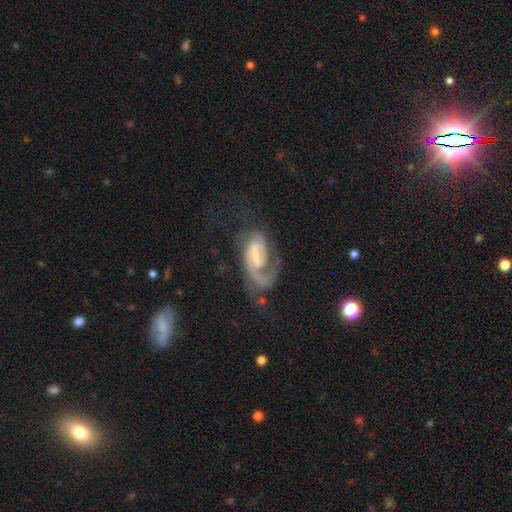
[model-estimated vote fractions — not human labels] Smooth or featured? Predicted: featured or disk (p=0.83). Edge-on disk? Predicted: no (p=0.97). Bar? Predicted: weak (p=0.48). Spiral arms? Predicted: yes (p=0.94). Spiral winding? Predicted: medium (p=0.44). Spiral arm count? Predicted: 1 (p=0.57). Bulge size? Predicted: small (p=0.52). Merging? Predicted: none (p=0.44).